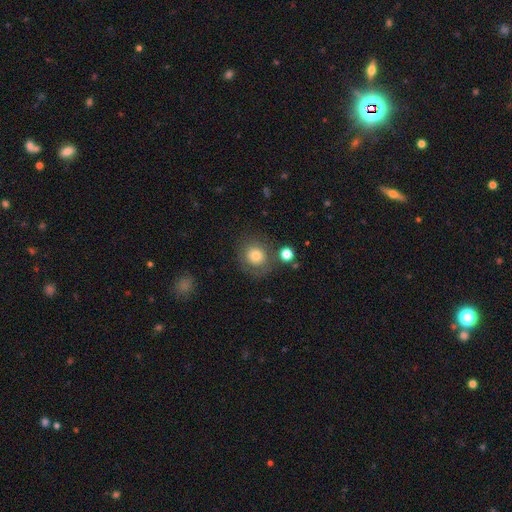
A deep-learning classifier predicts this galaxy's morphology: Smooth or featured?
  - smooth: 75% *
  - featured or disk: 14%
  - star or artifact: 11%
How rounded?
  - round: 88% *
  - in between: 11%
  - cigar-shaped: 1%
Merging?
  - none: 74% *
  - minor disturbance: 13%
  - merger: 7%
  - major disturbance: 6%